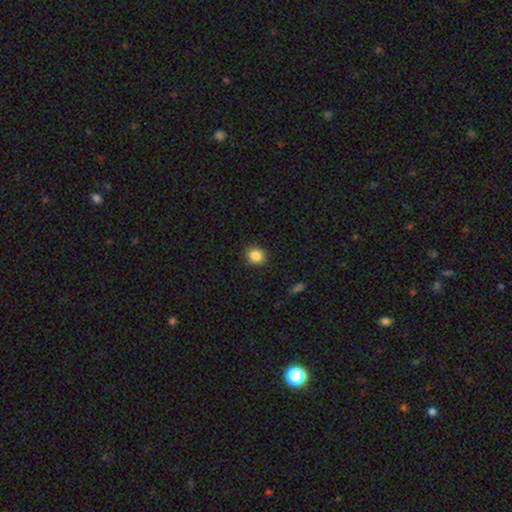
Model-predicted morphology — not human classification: Smooth or featured?
  - smooth: 86% *
  - star or artifact: 10%
  - featured or disk: 4%
How rounded?
  - round: 78% *
  - in between: 21%
  - cigar-shaped: 1%
Merging?
  - none: 90% *
  - minor disturbance: 7%
  - major disturbance: 2%
  - merger: 1%